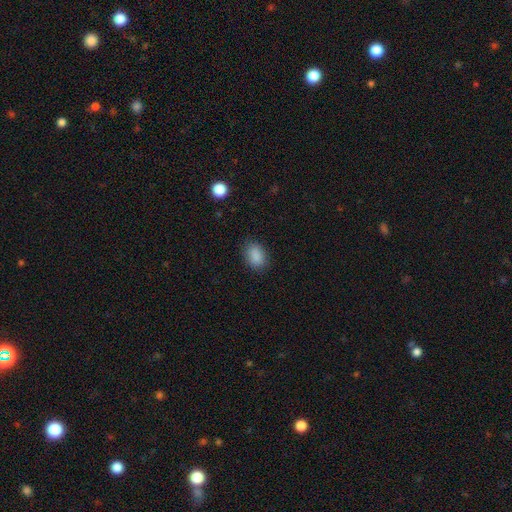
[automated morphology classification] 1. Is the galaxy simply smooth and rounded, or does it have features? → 88% smooth, 9% star or artifact, 3% featured or disk.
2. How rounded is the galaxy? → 83% in between, 16% round, 2% cigar-shaped.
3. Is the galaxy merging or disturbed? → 84% none, 12% minor disturbance, 3% major disturbance, 1% merger.